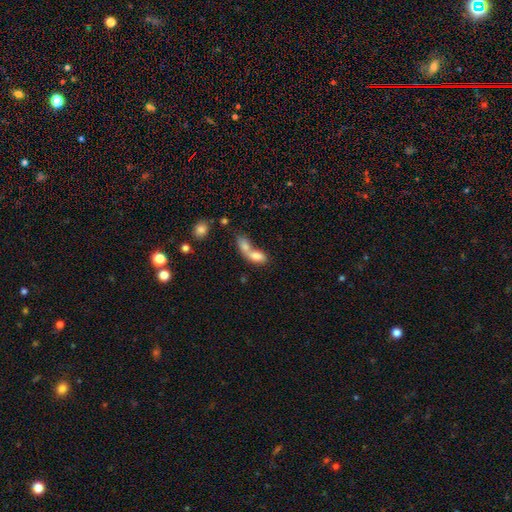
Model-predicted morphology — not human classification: The model was most divided on "merging": merger: 74%, none: 16%, minor disturbance: 6%, major disturbance: 5%. More confident: how rounded — in between (82%); smooth or featured — smooth (76%).